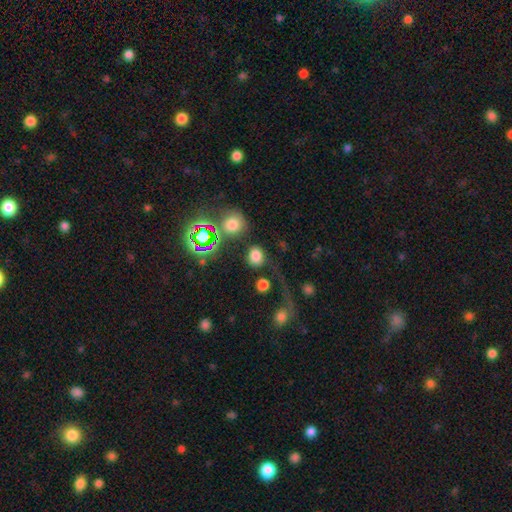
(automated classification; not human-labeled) Smooth or featured? smooth (76%)
How rounded? round (67%)
Merging? none (71%)